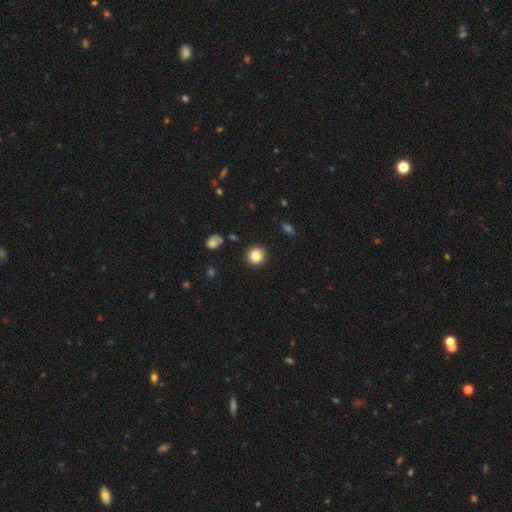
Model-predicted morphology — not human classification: smooth 85%, star or artifact 10%, featured or disk 5%. Down the decision tree: how rounded — round (93%); merging — none (90%).